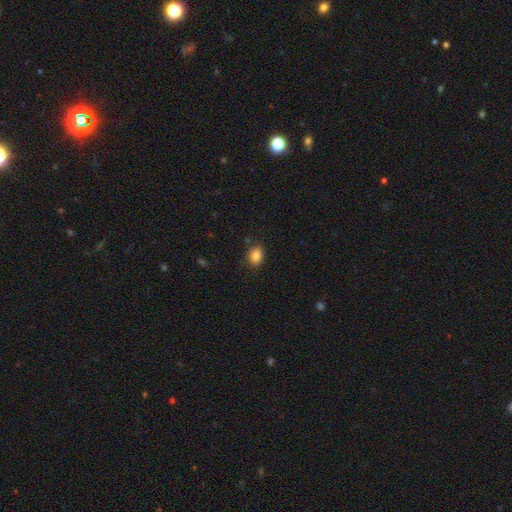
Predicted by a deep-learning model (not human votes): Smooth or featured? Predicted: smooth (p=0.85). How rounded? Predicted: in between (p=0.59). Merging? Predicted: none (p=0.80).